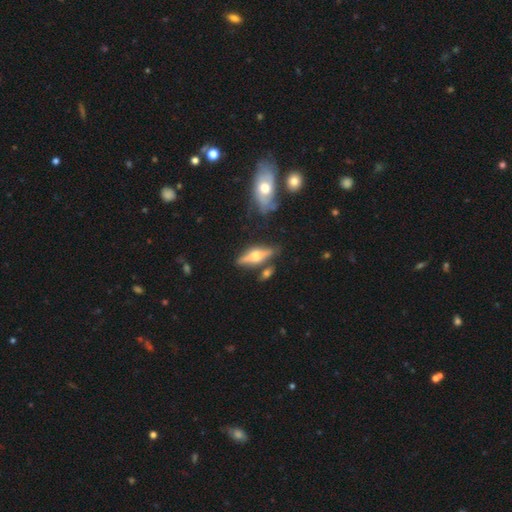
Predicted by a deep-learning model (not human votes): Smooth or featured?
  - featured or disk: 68% *
  - smooth: 26%
  - star or artifact: 6%
Edge-on disk?
  - yes: 93% *
  - no: 7%
Edge-on bulge?
  - rounded: 95% *
  - boxy: 3%
  - none: 2%
Merging?
  - none: 74% *
  - minor disturbance: 14%
  - merger: 8%
  - major disturbance: 4%